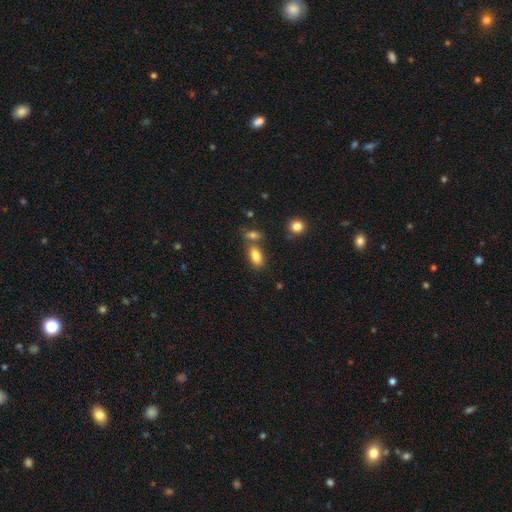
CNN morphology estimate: Smooth or featured? smooth (84%)
How rounded? in between (89%)
Merging? none (59%)